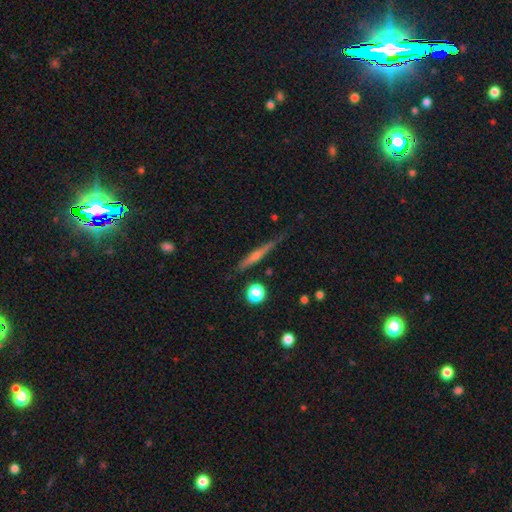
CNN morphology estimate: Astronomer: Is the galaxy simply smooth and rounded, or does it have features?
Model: featured or disk — 60%.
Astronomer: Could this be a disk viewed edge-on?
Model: yes — 96%.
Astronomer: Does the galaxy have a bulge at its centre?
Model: rounded — 65%.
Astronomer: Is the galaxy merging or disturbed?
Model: none — 78%.